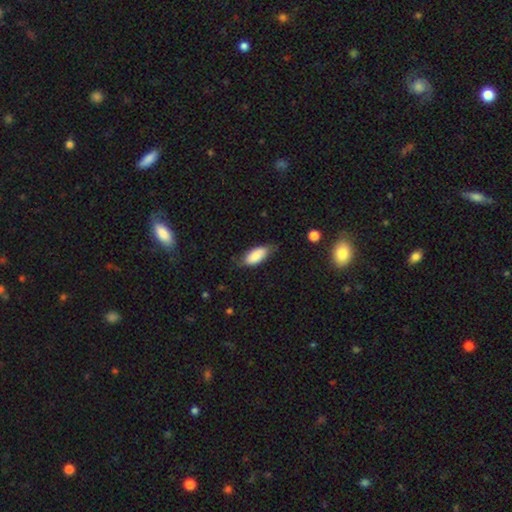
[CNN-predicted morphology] Smooth or featured? smooth (82%)
How rounded? in between (87%)
Merging? none (65%)